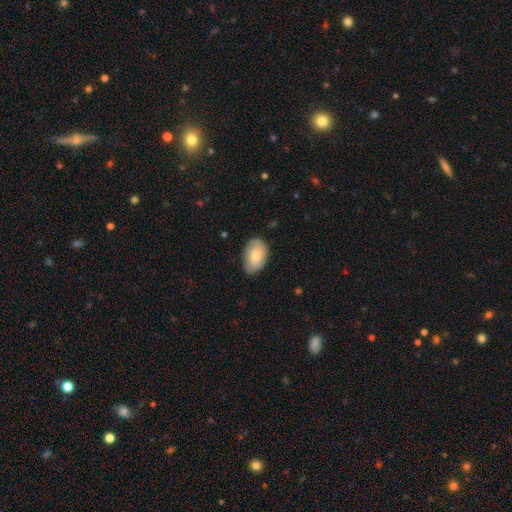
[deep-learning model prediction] A smooth galaxy with no disk features (79%) that is in between round and cigar-shaped (91%). Merging: none (76%).